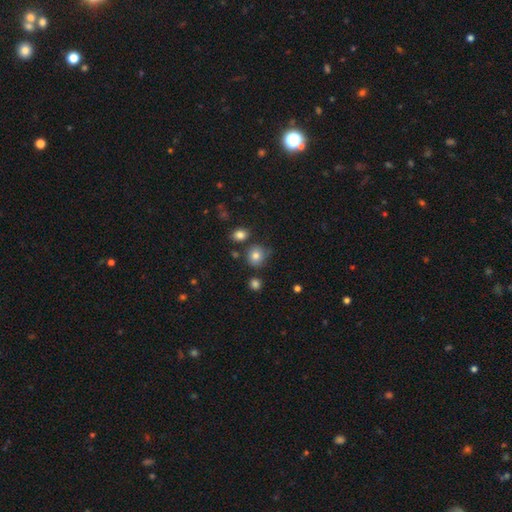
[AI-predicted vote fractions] A smooth galaxy with no disk features (80%) that is round (85%).

Vote fractions:
- Smooth or featured? smooth: 80% / star or artifact: 12% / featured or disk: 8%
- How rounded? round: 85% / in between: 14% / cigar-shaped: 1%
- Merging? none: 75% / minor disturbance: 14% / merger: 7% / major disturbance: 4%